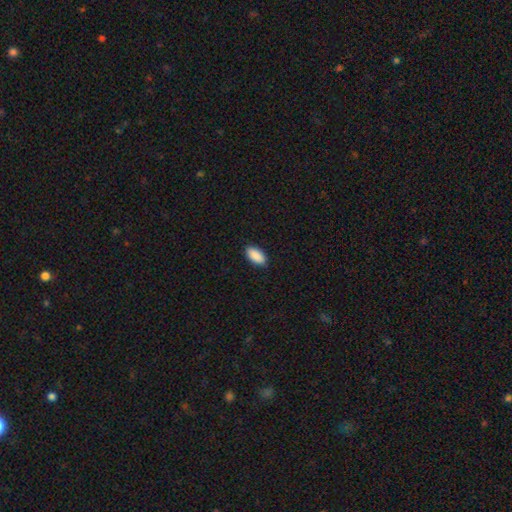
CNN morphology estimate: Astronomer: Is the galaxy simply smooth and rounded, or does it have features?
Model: smooth — 91%.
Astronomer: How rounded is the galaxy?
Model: in between — 94%.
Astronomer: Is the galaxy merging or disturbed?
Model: none — 89%.